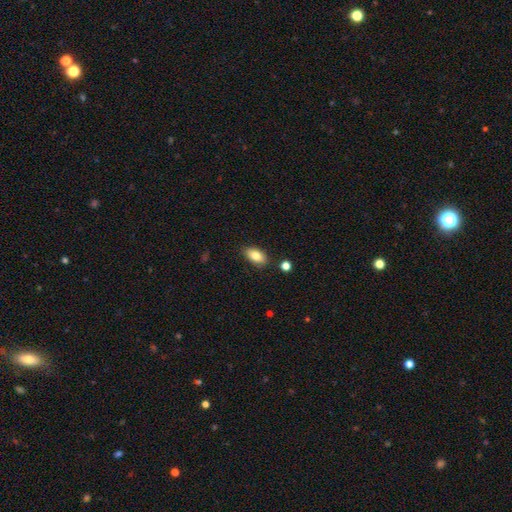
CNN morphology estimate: Smooth or featured: smooth — 82% (featured or disk — 11%)
How rounded: in between — 91% (round — 5%)
Merging: none — 85% (minor disturbance — 10%)